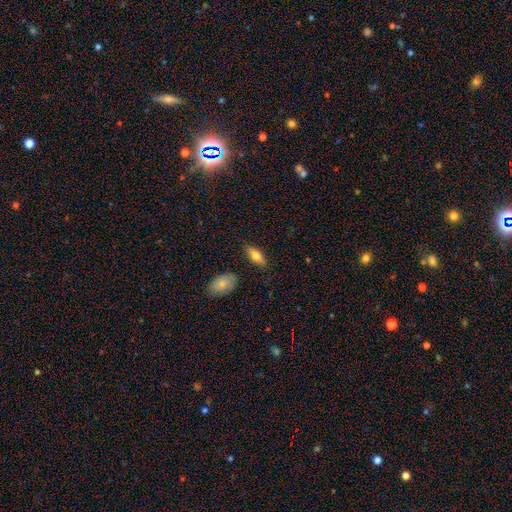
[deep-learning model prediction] A smooth galaxy with no disk features (71%) that is in between round and cigar-shaped (75%).

Vote fractions:
- Smooth or featured? smooth: 71% / featured or disk: 22% / star or artifact: 7%
- How rounded? in between: 75% / cigar-shaped: 22% / round: 3%
- Merging? none: 82% / minor disturbance: 12% / major disturbance: 3% / merger: 3%